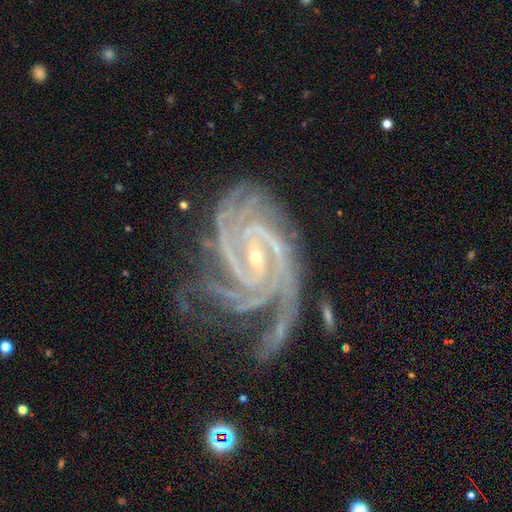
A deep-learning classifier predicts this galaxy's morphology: Smooth or featured: featured or disk — 92% (star or artifact — 5%)
Edge-on disk: no — 98% (yes — 2%)
Bar: strong — 38% (tied with weak — 38%)
Spiral arms: yes — 99% (no — 1%)
Spiral winding: tight — 71% (medium — 25%)
Spiral arm count: 4 — 32% (3 — 25%)
Bulge size: small — 79% (moderate — 18%)
Merging: none — 51% (minor disturbance — 26%)